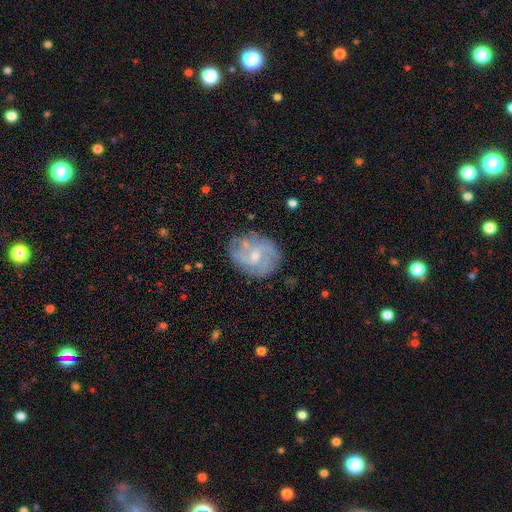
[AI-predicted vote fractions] Q: Smooth or featured?
A: featured or disk (76%); runner-up: smooth (17%)
Q: Edge-on disk?
A: no (97%); runner-up: yes (3%)
Q: Bar?
A: no (47%); runner-up: weak (45%)
Q: Spiral arms?
A: yes (88%); runner-up: no (12%)
Q: Spiral winding?
A: medium (42%); runner-up: tight (33%)
Q: Spiral arm count?
A: 2 (35%); runner-up: can't tell (31%)
Q: Bulge size?
A: small (63%); runner-up: moderate (33%)
Q: Merging?
A: none (74%); runner-up: minor disturbance (18%)